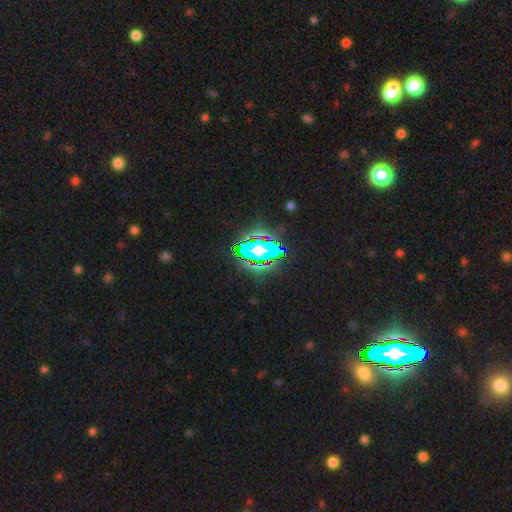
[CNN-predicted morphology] This is possibly a star or artifact rather than a galaxy (51%).